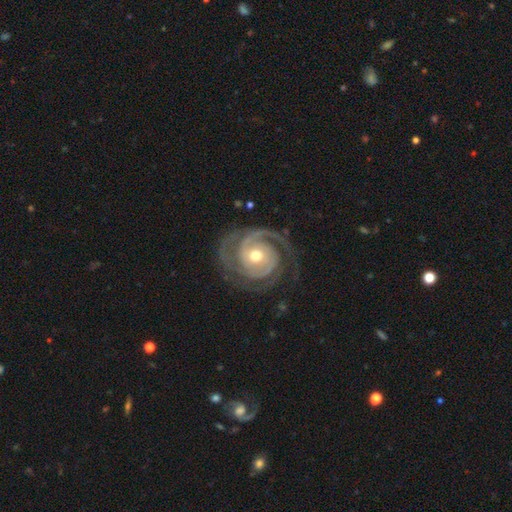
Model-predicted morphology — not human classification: Smooth or featured?
  - featured or disk: 92% *
  - smooth: 5%
  - star or artifact: 4%
Edge-on disk?
  - no: 98% *
  - yes: 2%
Bar?
  - no: 68% *
  - weak: 24%
  - strong: 8%
Spiral arms?
  - yes: 98% *
  - no: 2%
Spiral winding?
  - tight: 67% *
  - medium: 27%
  - loose: 5%
Spiral arm count?
  - 2: 58% *
  - 3: 18%
  - can't tell: 9%
  - 1: 7%
  - 4: 4%
  - more than 4: 4%
Bulge size?
  - moderate: 68% *
  - small: 26%
  - large: 5%
  - none: 1%
  - dominant: 1%
Merging?
  - none: 75% *
  - minor disturbance: 15%
  - major disturbance: 9%
  - merger: 1%